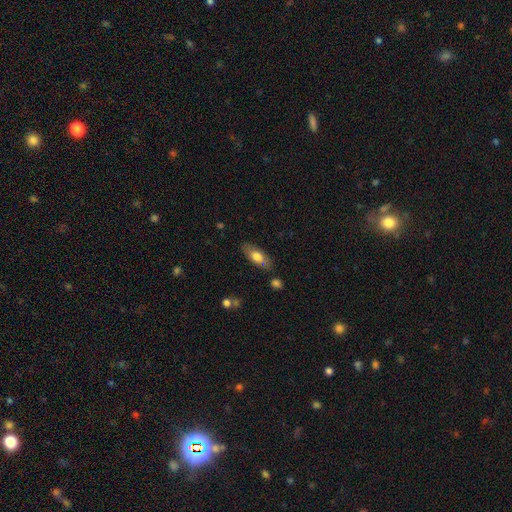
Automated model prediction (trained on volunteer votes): Smooth or featured?
  - smooth: 69% *
  - featured or disk: 25%
  - star or artifact: 6%
How rounded?
  - in between: 80% *
  - cigar-shaped: 17%
  - round: 3%
Merging?
  - none: 79% *
  - minor disturbance: 15%
  - major disturbance: 3%
  - merger: 3%